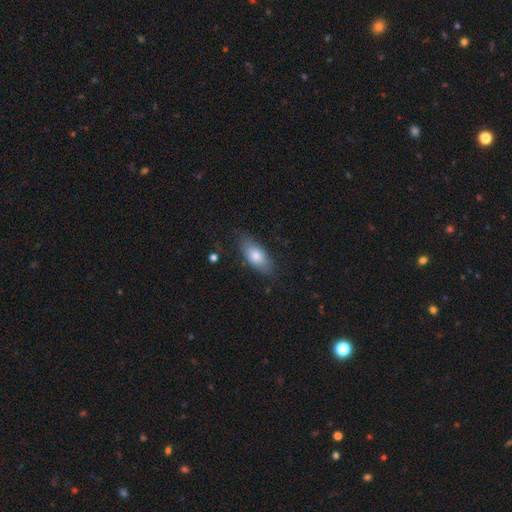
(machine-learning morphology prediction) A smooth galaxy with no disk features (76%) that is in between round and cigar-shaped (82%). Merging: none (79%).